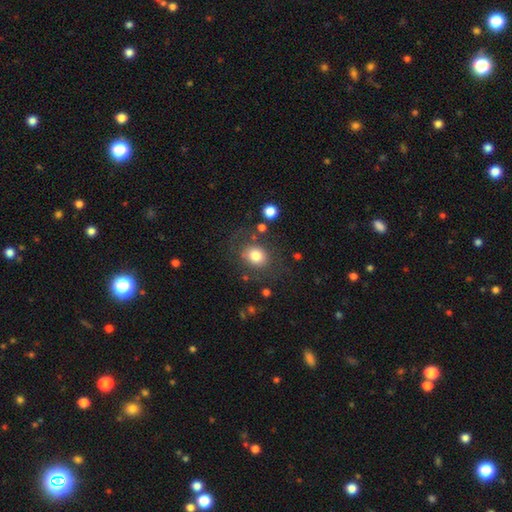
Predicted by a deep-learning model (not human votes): A smooth galaxy with no disk features (77%) that is round (64%). Merging: none (72%).